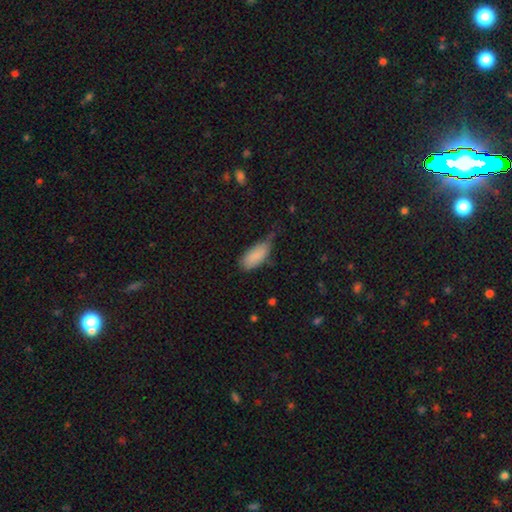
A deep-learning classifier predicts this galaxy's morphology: Smooth or featured?
  - smooth: 86% *
  - featured or disk: 7%
  - star or artifact: 7%
How rounded?
  - in between: 88% *
  - cigar-shaped: 10%
  - round: 2%
Merging?
  - minor disturbance: 46% *
  - none: 39%
  - major disturbance: 12%
  - merger: 3%